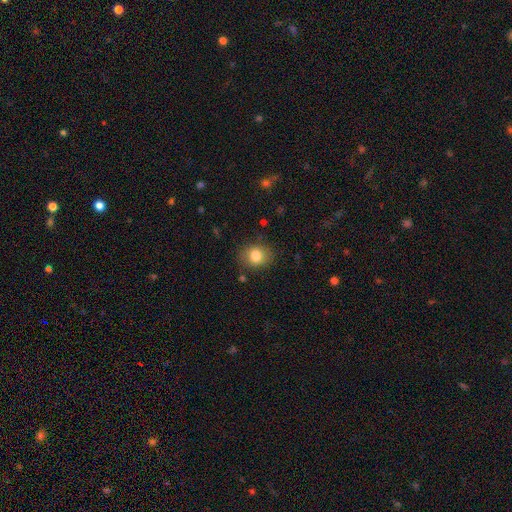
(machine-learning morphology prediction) A smooth galaxy with no disk features (81%) that is round (66%). Merging: none (83%).